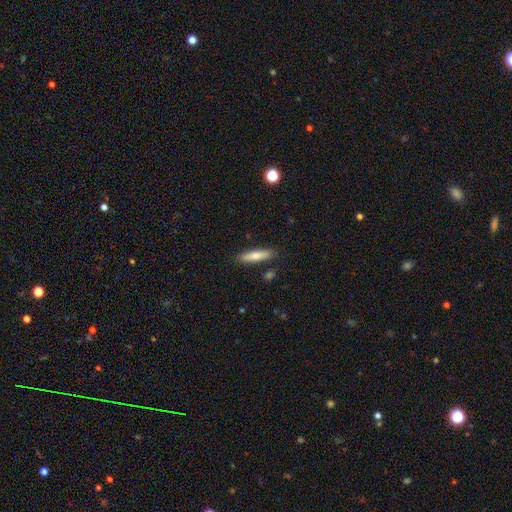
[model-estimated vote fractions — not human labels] The model was most divided on "smooth or featured": smooth: 69%, featured or disk: 24%, star or artifact: 6%. More confident: merging — none (86%); how rounded — cigar-shaped (74%).